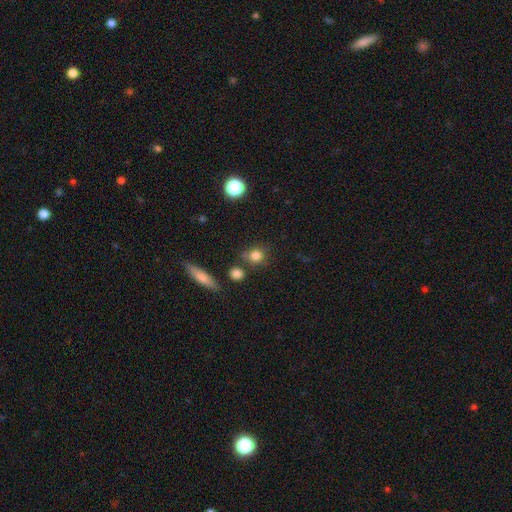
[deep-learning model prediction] smooth-or-featured: smooth: 80% | star or artifact: 12% | featured or disk: 7%
  how-rounded: round: 81% | in between: 17% | cigar-shaped: 2%
  merging: none: 71% | minor disturbance: 14% | merger: 11% | major disturbance: 4%